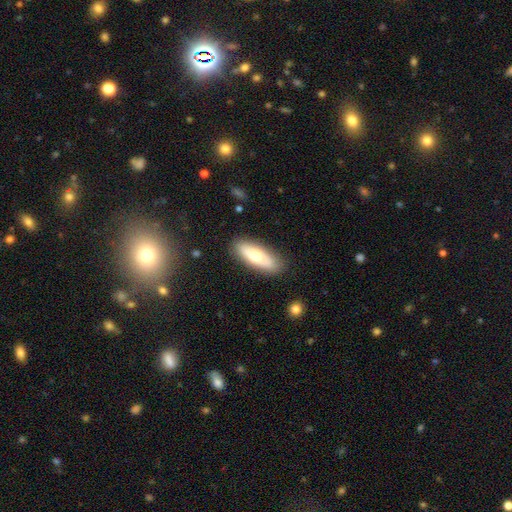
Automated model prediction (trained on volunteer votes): smooth 63%, featured or disk 31%, star or artifact 6%. Down the decision tree: how rounded — in between (67%); merging — none (87%).